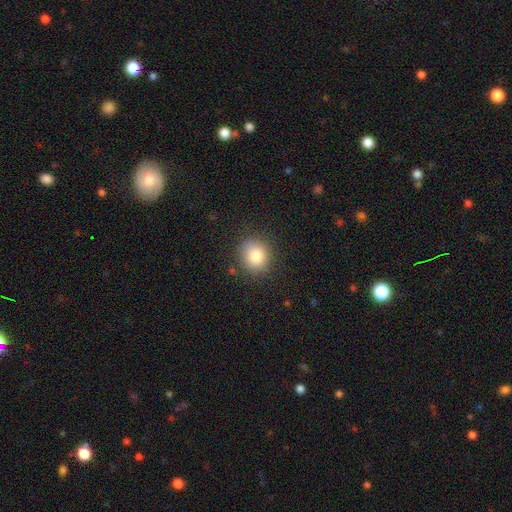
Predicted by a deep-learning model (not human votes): Smooth or featured: smooth — 82% (star or artifact — 10%)
How rounded: round — 80% (in between — 19%)
Merging: none — 86% (minor disturbance — 10%)